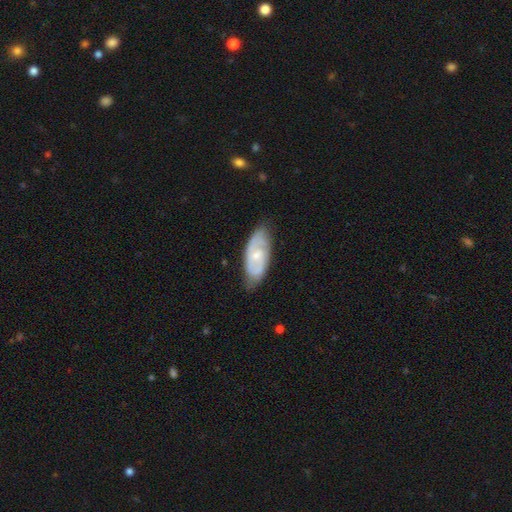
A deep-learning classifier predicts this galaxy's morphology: Overall: featured or disk (73%). Edge-on disk: no (93%). Bar: no (53%; weak 40%). Spiral arms: yes (90%). Spiral arm count: 2 (70%). Spiral winding: tight (44%; medium 43%). Bulge size: small (57%; moderate 37%). Merging: none (74%).